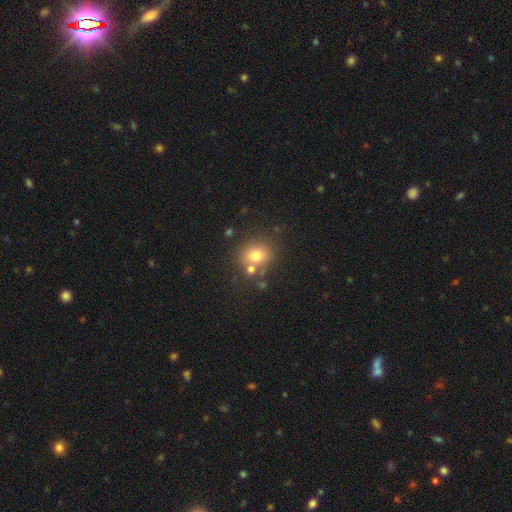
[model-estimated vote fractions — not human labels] This appears to be a smooth galaxy with no disk features (72%) that is round (79%). Merging: none (64%).